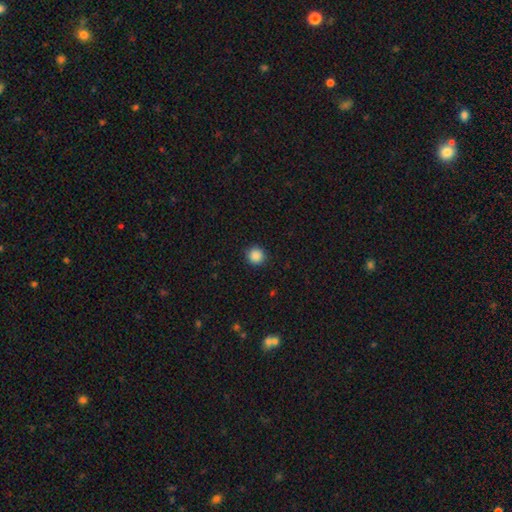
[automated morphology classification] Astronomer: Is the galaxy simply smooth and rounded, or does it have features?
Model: smooth — 87%.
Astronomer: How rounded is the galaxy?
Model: round — 95%.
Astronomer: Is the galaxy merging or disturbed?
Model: none — 92%.